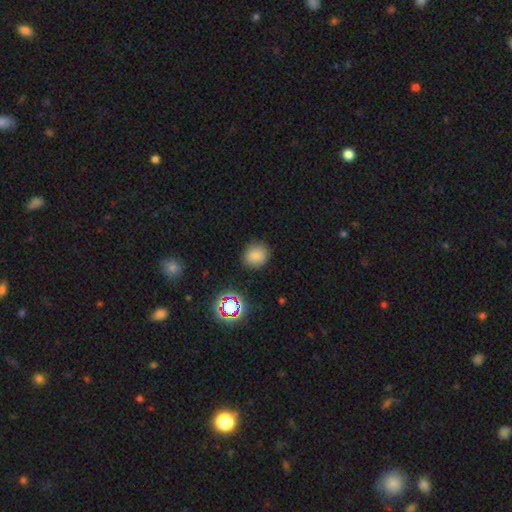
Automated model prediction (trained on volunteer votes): Overall: smooth (78%). How rounded: round (79%). Merging: none (86%).